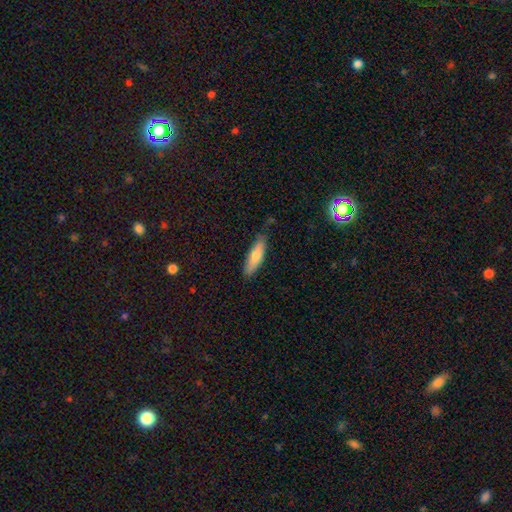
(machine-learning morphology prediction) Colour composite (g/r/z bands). It shows a smooth galaxy with no disk features (75%) that is cigar-shaped (64%). Merging: none (79%).